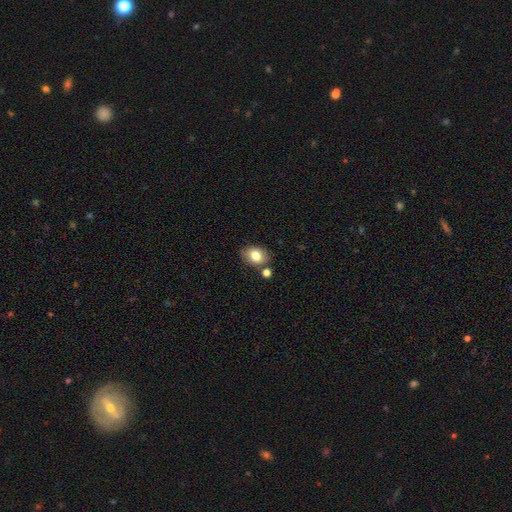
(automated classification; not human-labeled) smooth_or_featured: smooth (p=0.79) [alt: featured or disk p=0.12]
how_rounded: in between (p=0.71) [alt: round p=0.28]
merging: none (p=0.75) [alt: minor disturbance p=0.14]